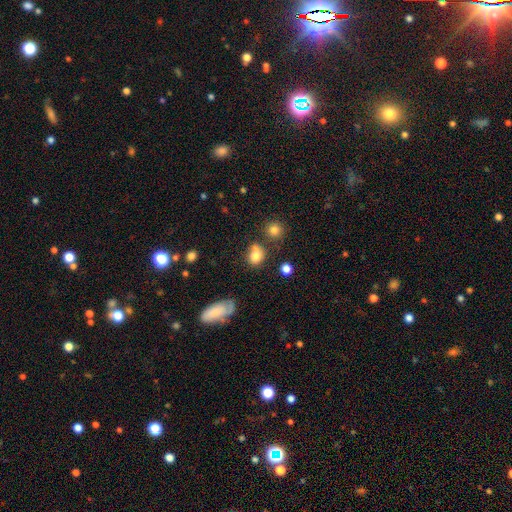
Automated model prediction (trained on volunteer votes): Morphology: type=smooth (79%); roundness=round (56%); merging=none (53%).